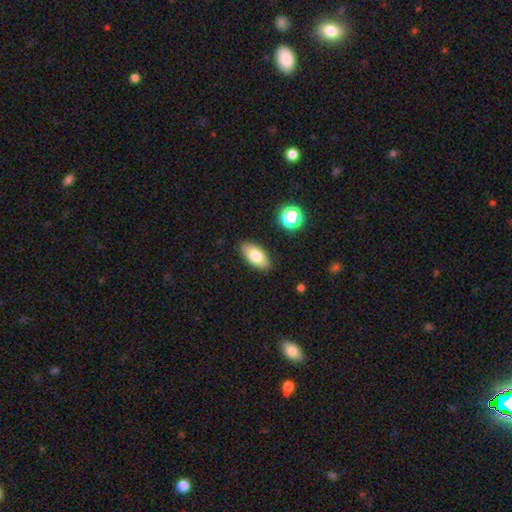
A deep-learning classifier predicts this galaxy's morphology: This appears to be a smooth galaxy with no disk features (77%) that is in between round and cigar-shaped (90%). Merging: none (87%).